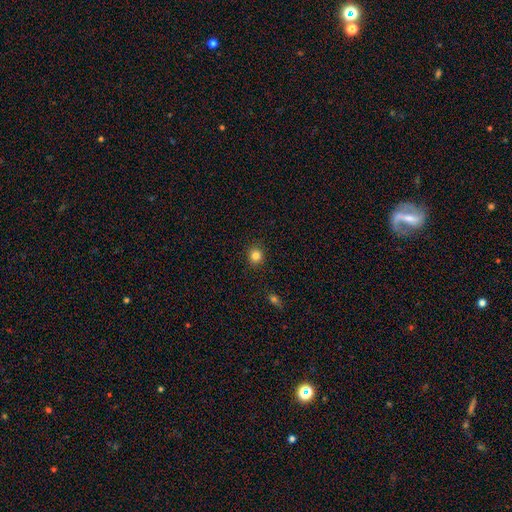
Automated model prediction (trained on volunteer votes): Smooth or featured: smooth — 83% (star or artifact — 12%)
How rounded: round — 89% (in between — 10%)
Merging: none — 91% (minor disturbance — 6%)